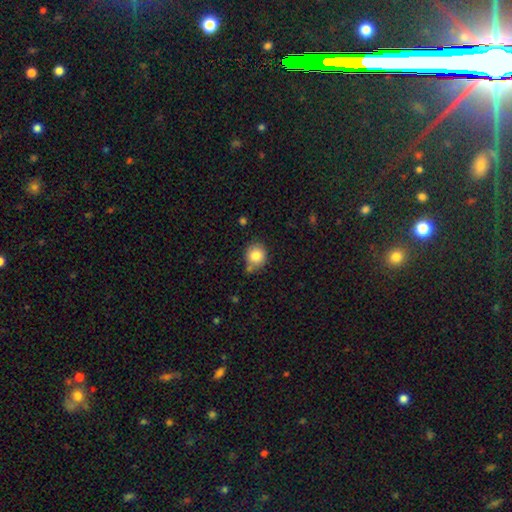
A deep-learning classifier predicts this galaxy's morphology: This is clearly a smooth galaxy (83%). How rounded: likely round (78%). Merging: likely none (69%).